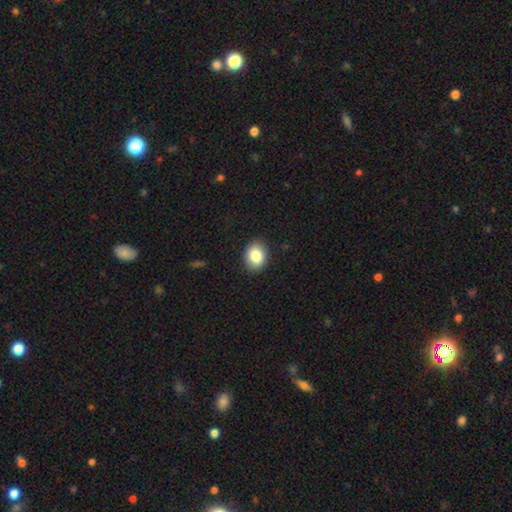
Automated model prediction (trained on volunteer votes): smooth-or-featured: smooth: 84% | star or artifact: 8% | featured or disk: 8%
  how-rounded: in between: 64% | round: 35% | cigar-shaped: 1%
  merging: none: 89% | minor disturbance: 8% | major disturbance: 2% | merger: 1%